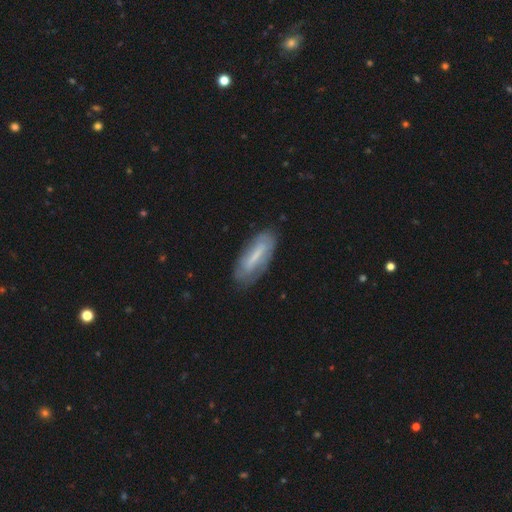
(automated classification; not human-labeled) Smooth or featured? Predicted: featured or disk (p=0.48). Merging? Predicted: none (p=0.75).